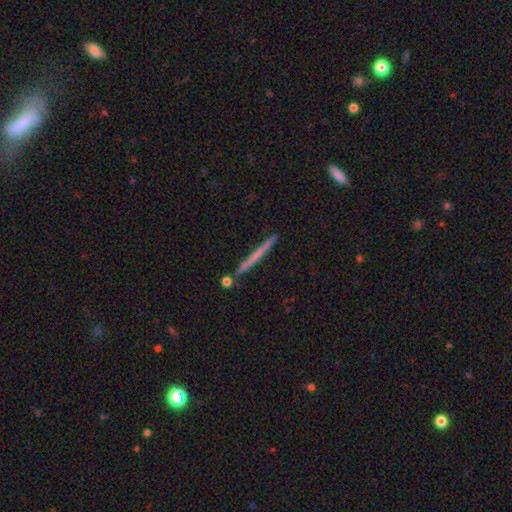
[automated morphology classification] Q: Smooth or featured?
A: smooth (49%); runner-up: featured or disk (45%)
Q: Merging?
A: none (88%); runner-up: minor disturbance (7%)